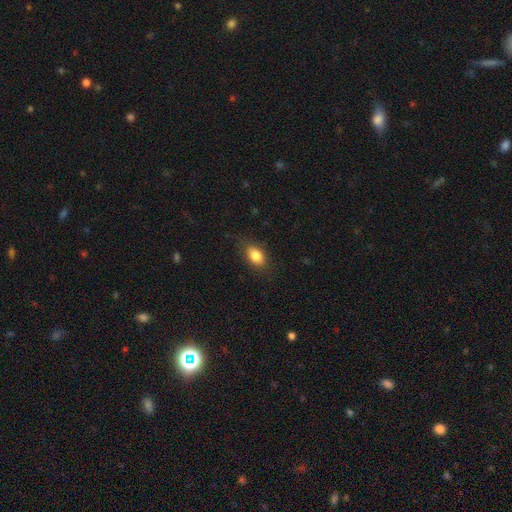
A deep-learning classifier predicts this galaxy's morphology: Smooth or featured?
  - smooth: 84% *
  - star or artifact: 8%
  - featured or disk: 8%
How rounded?
  - in between: 85% *
  - round: 12%
  - cigar-shaped: 3%
Merging?
  - none: 80% *
  - minor disturbance: 15%
  - major disturbance: 4%
  - merger: 1%